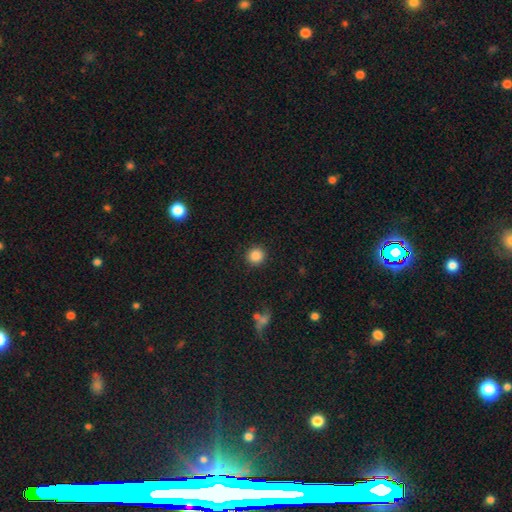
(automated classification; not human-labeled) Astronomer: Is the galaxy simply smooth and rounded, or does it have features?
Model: smooth — 87%.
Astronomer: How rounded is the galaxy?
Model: round — 93%.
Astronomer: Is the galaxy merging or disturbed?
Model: none — 91%.